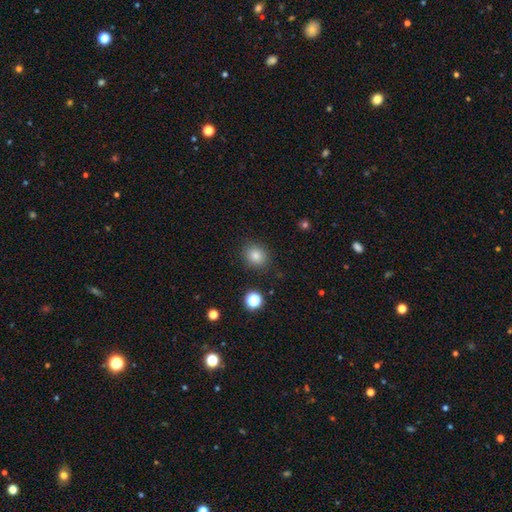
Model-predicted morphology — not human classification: smooth-or-featured: smooth: 82% | star or artifact: 12% | featured or disk: 6%
  how-rounded: round: 76% | in between: 23% | cigar-shaped: 1%
  merging: none: 86% | minor disturbance: 9% | major disturbance: 3% | merger: 2%